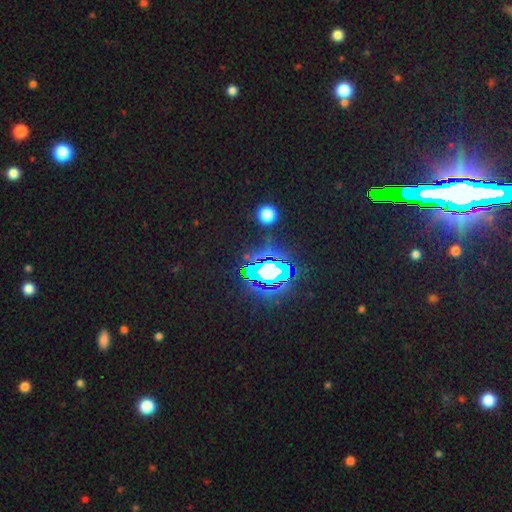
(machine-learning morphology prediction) The model was most divided on "smooth or featured": star or artifact: 84%, smooth: 8%, featured or disk: 8%.